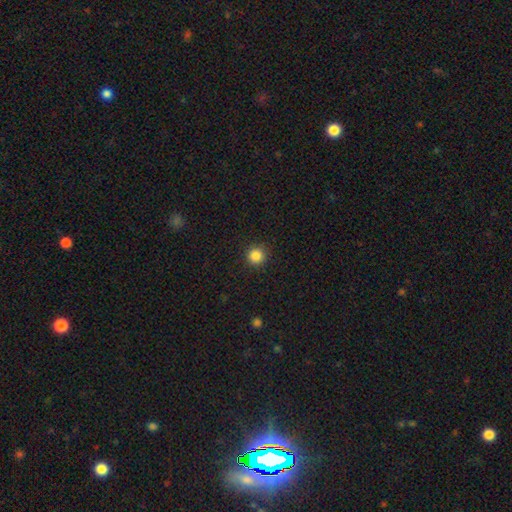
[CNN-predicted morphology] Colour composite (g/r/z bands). It shows a smooth galaxy with no disk features (85%) that is round (95%). Merging: none (91%).